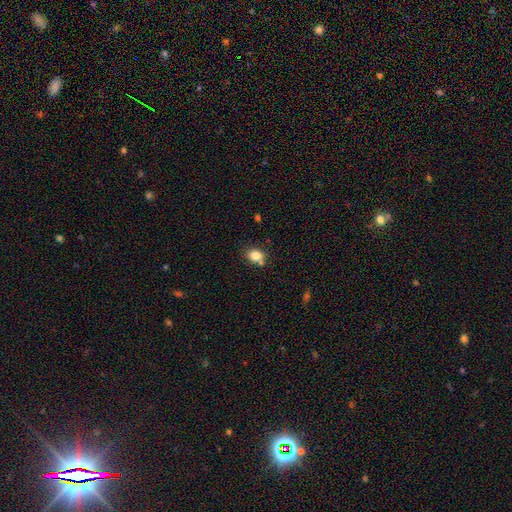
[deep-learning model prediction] Smooth or featured? Predicted: smooth (p=0.82). How rounded? Predicted: in between (p=0.53). Merging? Predicted: none (p=0.64).